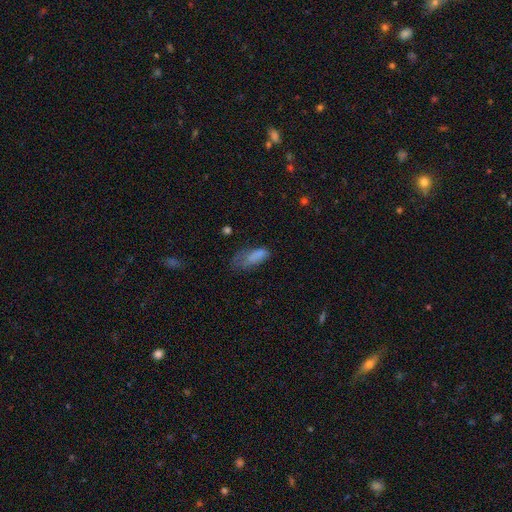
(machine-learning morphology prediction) This appears to be a smooth galaxy with no disk features (75%) that is in between round and cigar-shaped (76%). Merging: major disturbance (34%).